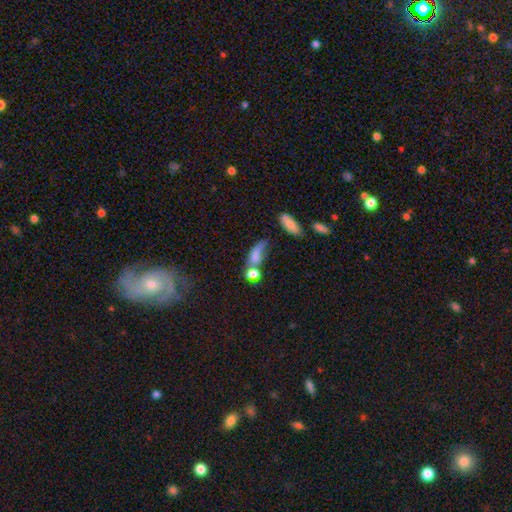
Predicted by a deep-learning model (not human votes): Smooth or featured? Predicted: smooth (p=0.67). How rounded? Predicted: in between (p=0.58). Merging? Predicted: merger (p=0.33).